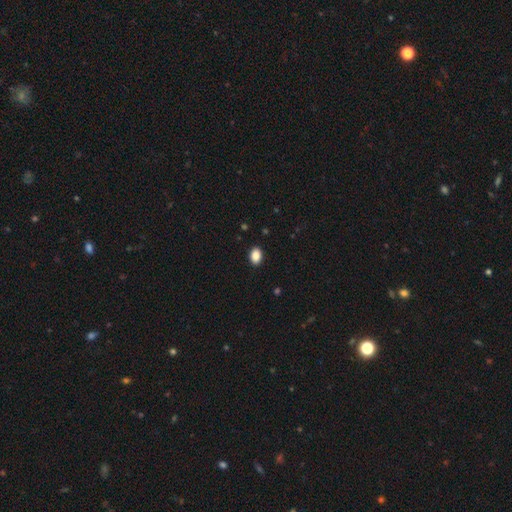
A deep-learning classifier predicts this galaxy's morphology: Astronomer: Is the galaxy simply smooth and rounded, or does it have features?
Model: smooth — 89%.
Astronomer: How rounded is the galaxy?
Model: in between — 83%.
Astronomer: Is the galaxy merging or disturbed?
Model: none — 91%.